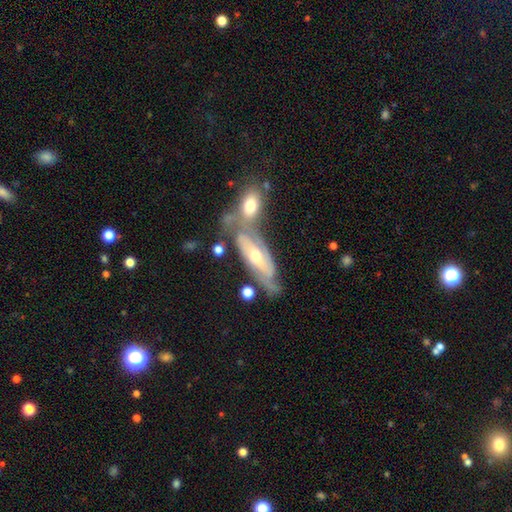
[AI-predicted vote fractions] smooth_or_featured: featured or disk (p=0.74) [alt: smooth p=0.19]
disk_edge_on: no (p=0.78) [alt: yes p=0.22]
bar: no (p=0.59) [alt: weak p=0.28]
has_spiral_arms: yes (p=0.81) [alt: no p=0.19]
bulge_size: moderate (p=0.51) [alt: small p=0.44]
merging: none (p=0.47) [alt: merger p=0.31]